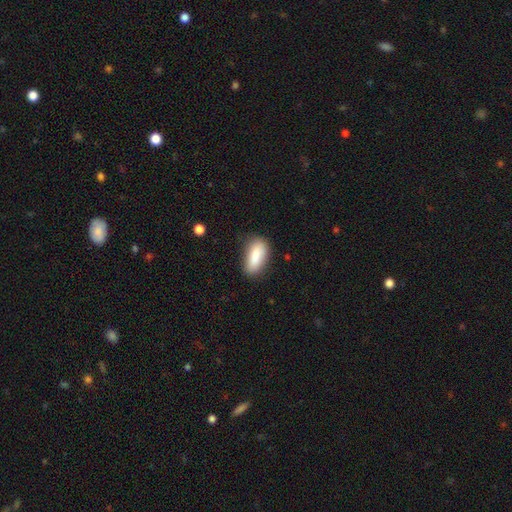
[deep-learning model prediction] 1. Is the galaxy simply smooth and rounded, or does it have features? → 85% smooth, 8% featured or disk, 7% star or artifact.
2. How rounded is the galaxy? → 82% in between, 15% cigar-shaped, 3% round.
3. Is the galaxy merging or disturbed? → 76% none, 18% minor disturbance, 4% major disturbance, 2% merger.